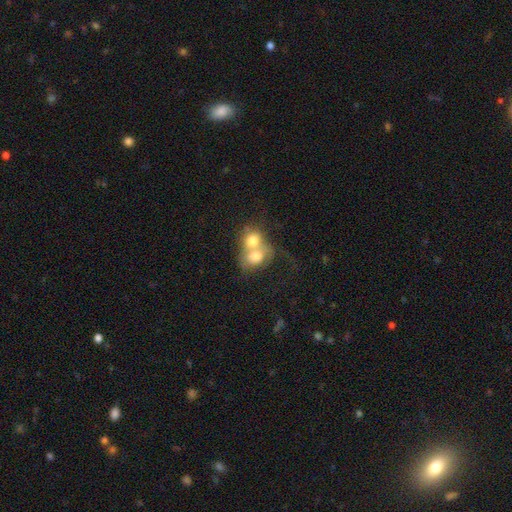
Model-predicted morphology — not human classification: smooth_or_featured: smooth (p=0.64) [alt: featured or disk p=0.27]
how_rounded: round (p=0.58) [alt: in between p=0.41]
merging: merger (p=0.80) [alt: none p=0.11]